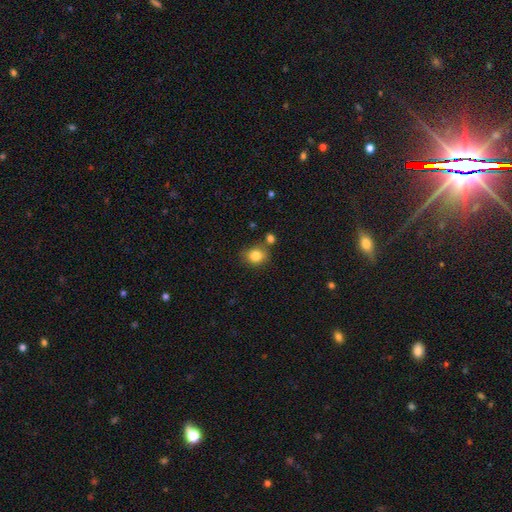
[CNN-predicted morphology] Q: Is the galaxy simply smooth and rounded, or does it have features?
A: smooth — 82%.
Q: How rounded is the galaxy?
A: round — 70%.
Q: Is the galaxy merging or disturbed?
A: none — 73%.